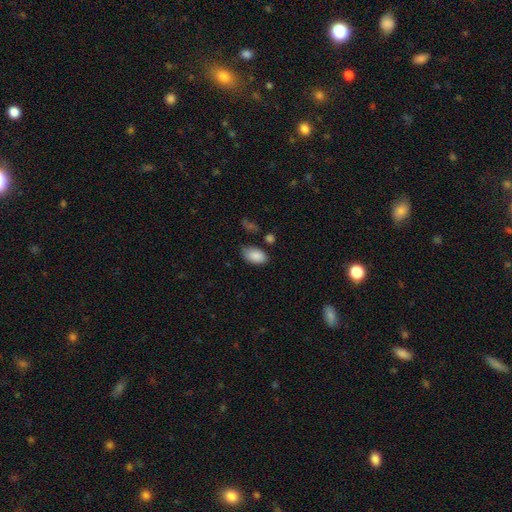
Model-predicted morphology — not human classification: Overall: smooth (88%). How rounded: in between (93%). Merging: none (69%).